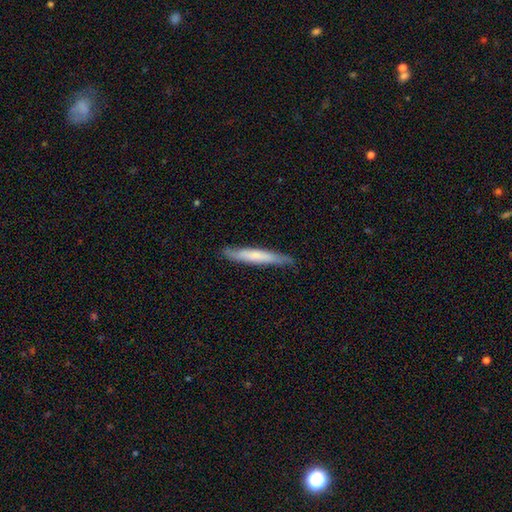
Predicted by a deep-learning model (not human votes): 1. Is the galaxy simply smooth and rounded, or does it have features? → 61% smooth, 33% featured or disk, 5% star or artifact.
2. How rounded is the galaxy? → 94% cigar-shaped, 5% in between, 1% round.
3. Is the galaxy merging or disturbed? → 83% none, 14% minor disturbance, 2% major disturbance, 1% merger.